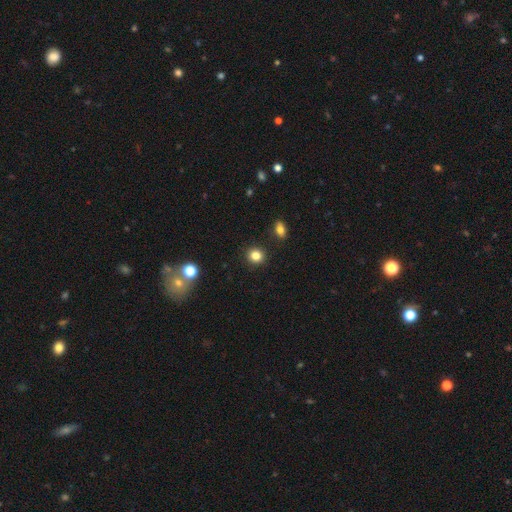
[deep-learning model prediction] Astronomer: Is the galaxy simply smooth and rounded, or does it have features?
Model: smooth — 83%.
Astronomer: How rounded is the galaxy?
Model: round — 86%.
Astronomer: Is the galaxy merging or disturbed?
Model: none — 91%.